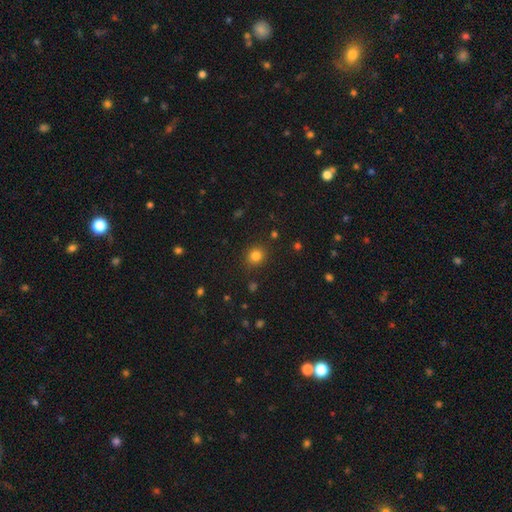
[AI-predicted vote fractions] Smooth or featured? smooth (82%)
How rounded? round (83%)
Merging? none (87%)